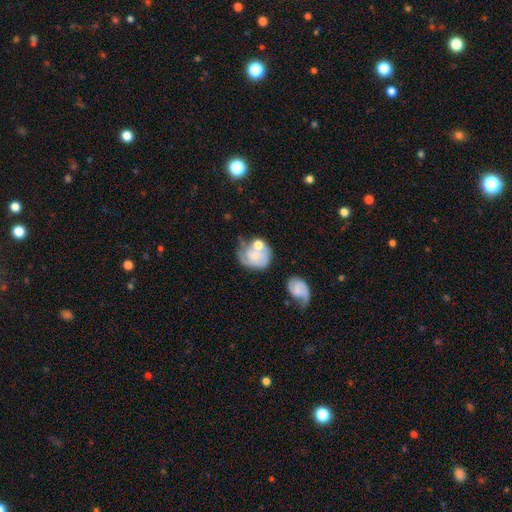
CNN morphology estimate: This is possibly a featured or disk galaxy (49%). Merging: marginally none (34%).